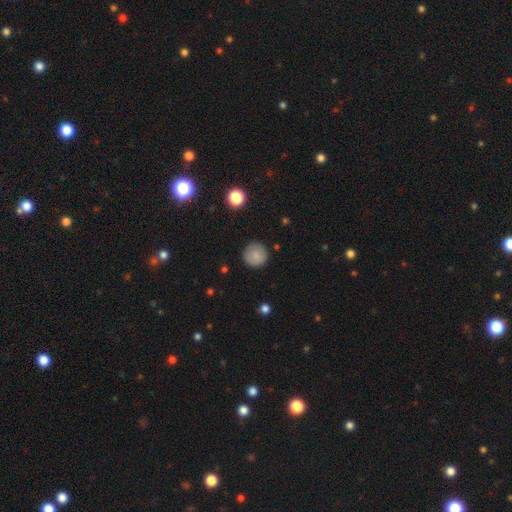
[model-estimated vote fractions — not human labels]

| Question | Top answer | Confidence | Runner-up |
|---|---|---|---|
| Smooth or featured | smooth | 83% | star or artifact (9%) |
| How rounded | round | 95% | in between (4%) |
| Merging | none | 87% | minor disturbance (9%) |